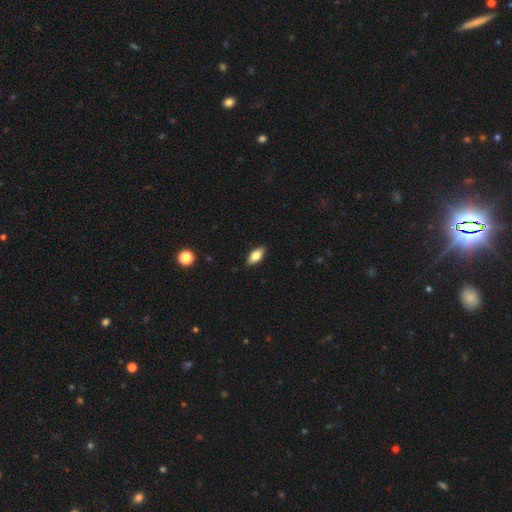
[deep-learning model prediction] This is likely a smooth galaxy (75%). How rounded: clearly in between (83%). Merging: clearly none (88%).